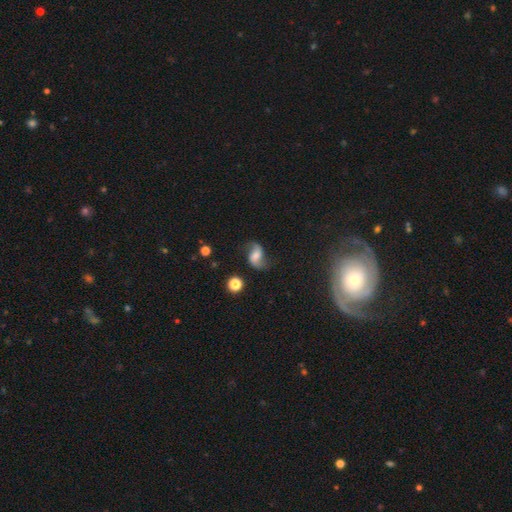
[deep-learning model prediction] This is likely a featured or disk galaxy (72%). It is clearly not viewed edge-on (97%). Bar: marginally no (44%). Spiral arm pattern: clearly yes (95%). Spiral arm count: clearly 2 (92%). Spiral winding: likely loose (78%). Central bulge: marginally moderate (38%). Merging: likely none (72%).